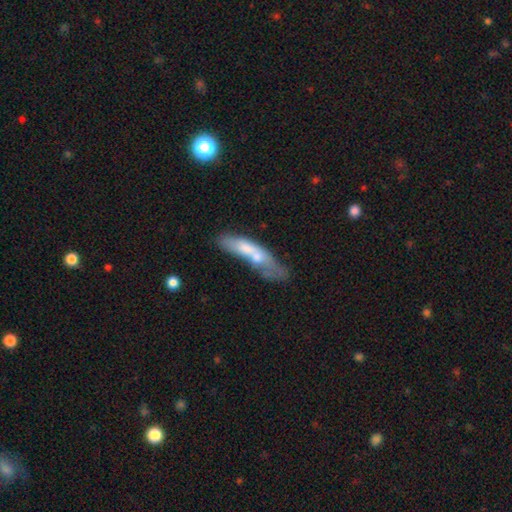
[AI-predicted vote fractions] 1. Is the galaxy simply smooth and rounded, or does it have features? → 59% smooth, 34% featured or disk, 7% star or artifact.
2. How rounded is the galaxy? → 65% cigar-shaped, 33% in between, 2% round.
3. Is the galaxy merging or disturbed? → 40% merger, 27% none, 18% minor disturbance, 15% major disturbance.